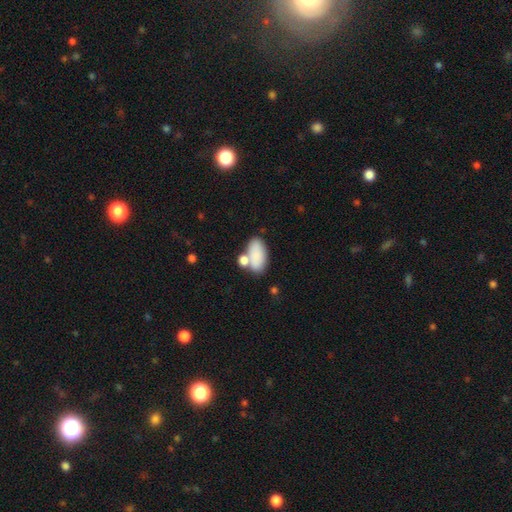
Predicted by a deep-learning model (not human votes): Morphology: type=smooth (83%); roundness=in between (92%); merging=none (54%).